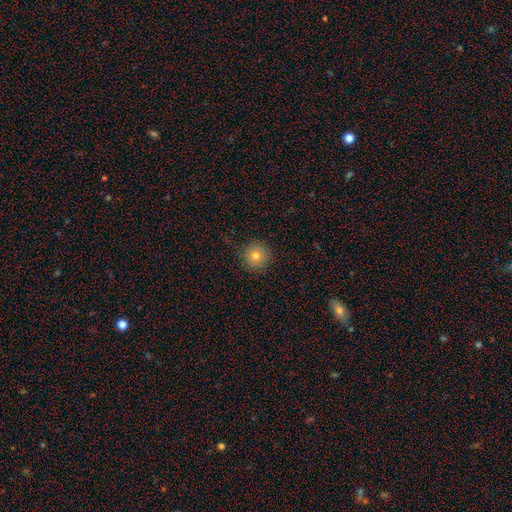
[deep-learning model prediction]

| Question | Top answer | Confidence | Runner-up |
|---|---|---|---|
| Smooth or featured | smooth | 78% | star or artifact (12%) |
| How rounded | round | 95% | in between (4%) |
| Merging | none | 88% | minor disturbance (9%) |